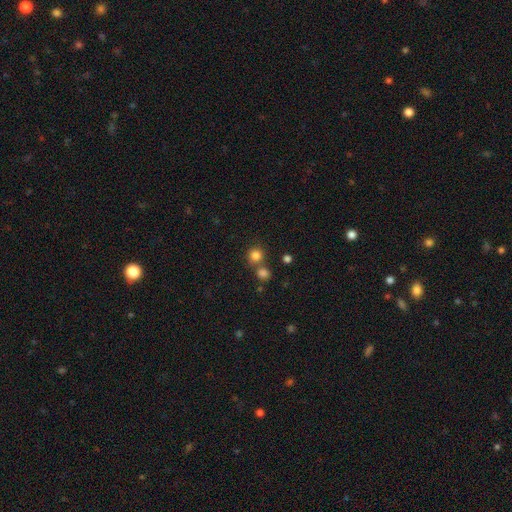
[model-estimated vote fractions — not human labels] Smooth or featured?
  - smooth: 82% *
  - star or artifact: 13%
  - featured or disk: 6%
How rounded?
  - round: 89% *
  - in between: 10%
  - cigar-shaped: 1%
Merging?
  - none: 63% *
  - merger: 26%
  - minor disturbance: 8%
  - major disturbance: 3%